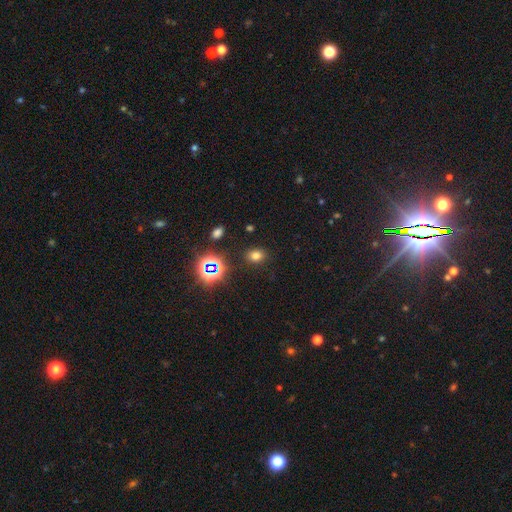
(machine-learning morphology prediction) smooth 71%, star or artifact 23%, featured or disk 7%. Down the decision tree: how rounded — in between (53%); merging — none (86%).